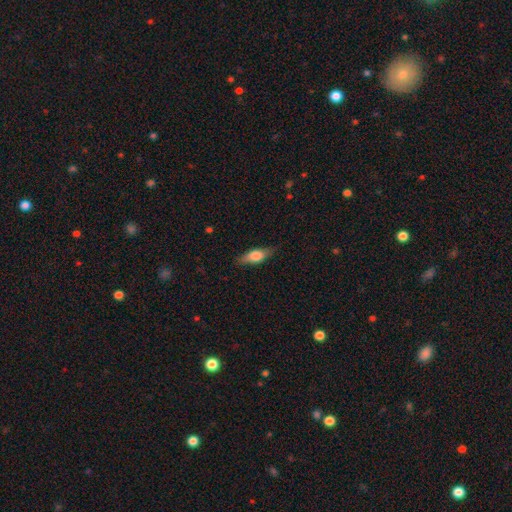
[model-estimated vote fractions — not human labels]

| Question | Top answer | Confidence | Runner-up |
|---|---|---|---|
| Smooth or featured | smooth | 65% | featured or disk (28%) |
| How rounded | in between | 65% | cigar-shaped (32%) |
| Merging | none | 79% | minor disturbance (16%) |